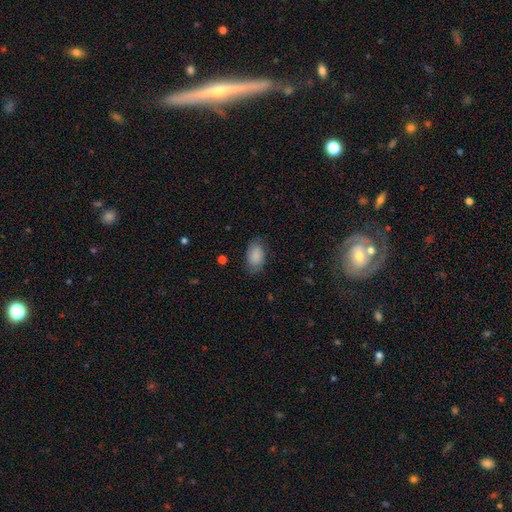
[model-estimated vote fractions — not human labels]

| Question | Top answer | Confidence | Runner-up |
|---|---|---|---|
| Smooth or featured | smooth | 83% | featured or disk (10%) |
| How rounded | in between | 92% | round (7%) |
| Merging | none | 75% | minor disturbance (18%) |